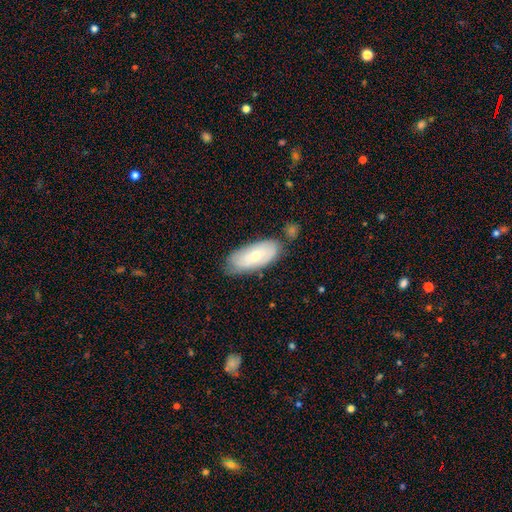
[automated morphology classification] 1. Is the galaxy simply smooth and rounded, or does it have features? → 56% smooth, 38% featured or disk, 6% star or artifact.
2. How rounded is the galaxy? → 86% in between, 12% cigar-shaped, 2% round.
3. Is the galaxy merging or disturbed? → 72% none, 19% minor disturbance, 5% merger, 4% major disturbance.